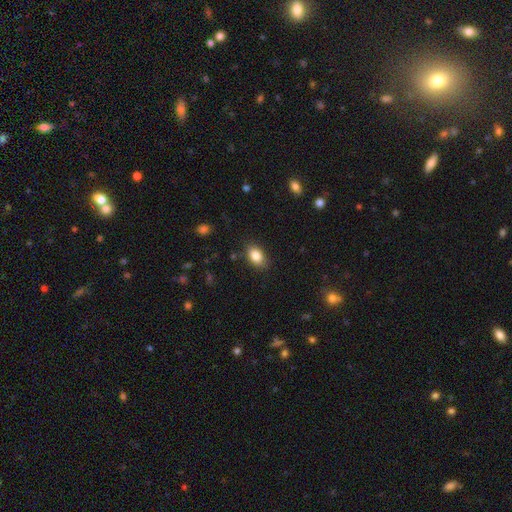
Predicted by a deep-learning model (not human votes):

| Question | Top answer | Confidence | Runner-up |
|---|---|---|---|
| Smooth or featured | smooth | 85% | star or artifact (8%) |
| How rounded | in between | 87% | round (11%) |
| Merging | none | 85% | minor disturbance (11%) |